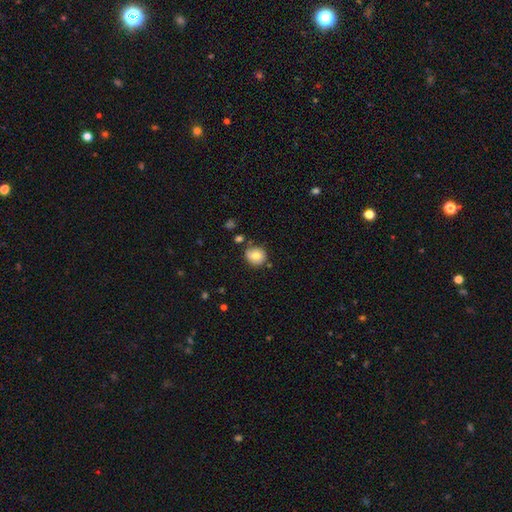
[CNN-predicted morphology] type=smooth (77%); roundness=round (83%); merging=none (77%).